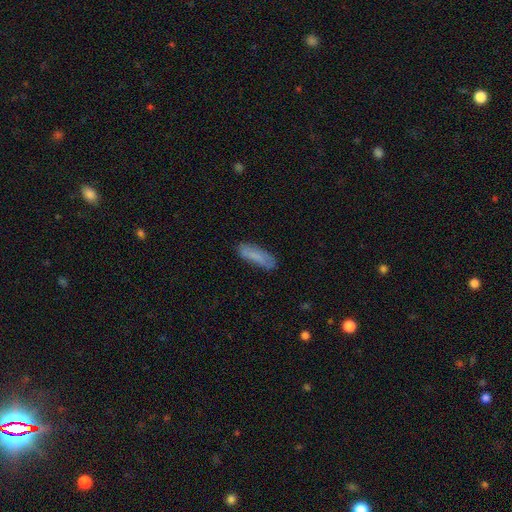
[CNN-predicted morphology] Smooth or featured? smooth (78%)
How rounded? cigar-shaped (58%)
Merging? none (76%)